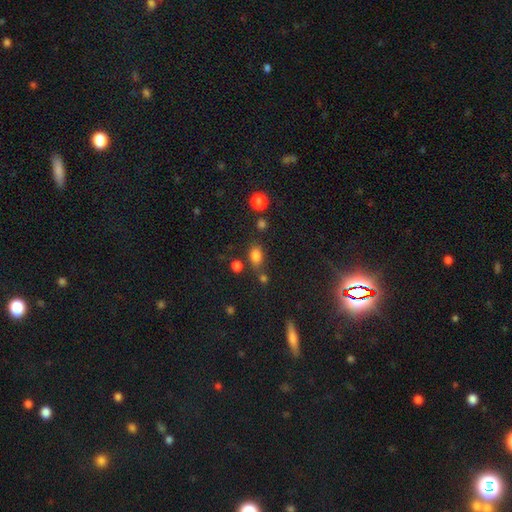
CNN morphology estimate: The model was most divided on "merging": none: 70%, minor disturbance: 15%, merger: 10%, major disturbance: 5%. More confident: smooth or featured — smooth (80%); how rounded — in between (78%).